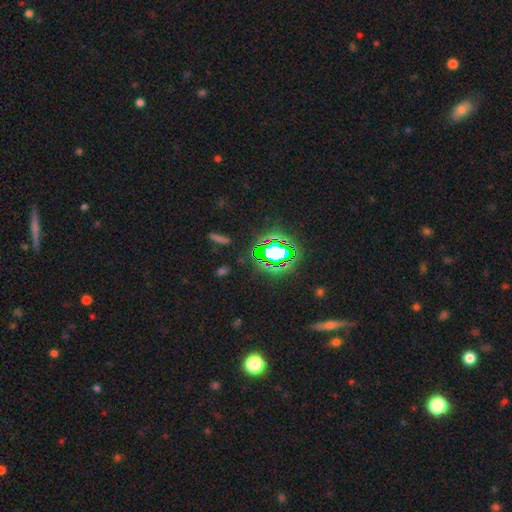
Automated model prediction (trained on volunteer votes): Smooth or featured: star or artifact — 71% (smooth — 17%)